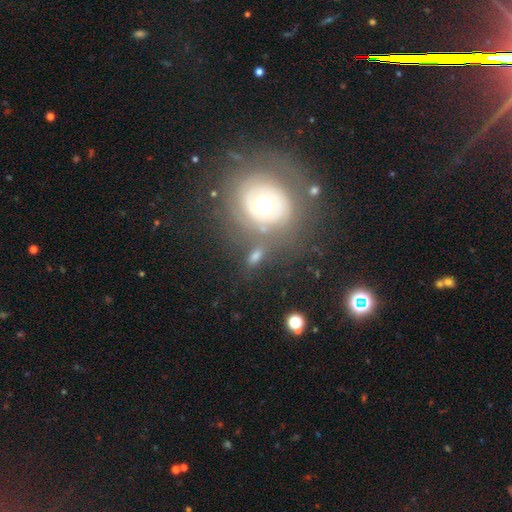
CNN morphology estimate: The model was most divided on "smooth or featured": featured or disk: 43%, smooth: 42%, star or artifact: 15%. More confident: merging — none (69%).